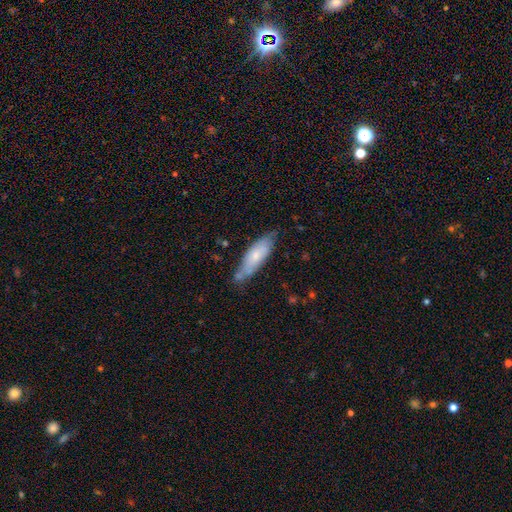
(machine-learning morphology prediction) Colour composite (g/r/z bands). It shows a smooth galaxy with no disk features (63%) that is cigar-shaped (51%). Merging: none (65%).